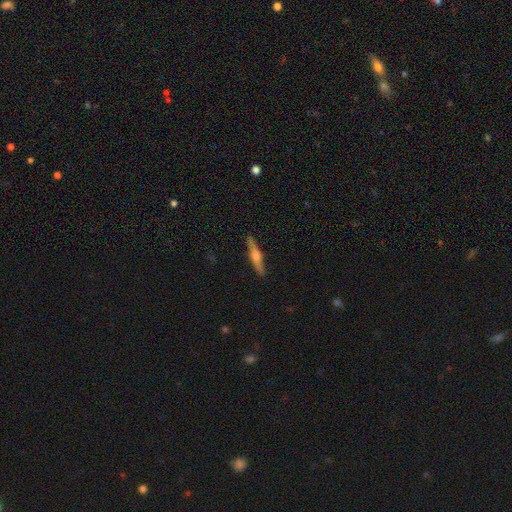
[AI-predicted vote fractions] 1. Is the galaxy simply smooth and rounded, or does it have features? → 63% featured or disk, 31% smooth, 6% star or artifact.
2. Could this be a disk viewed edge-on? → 97% yes, 3% no.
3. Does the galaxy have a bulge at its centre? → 88% rounded, 8% boxy, 5% none.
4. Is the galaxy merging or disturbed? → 90% none, 7% minor disturbance, 2% major disturbance, 1% merger.